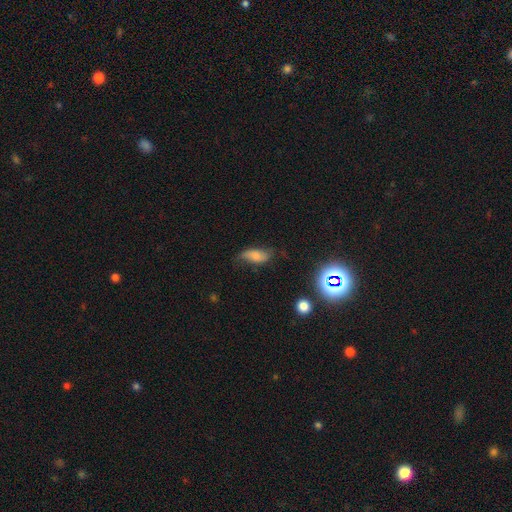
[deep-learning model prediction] Morphology: type=smooth (61%); roundness=in between (85%); merging=none (59%).